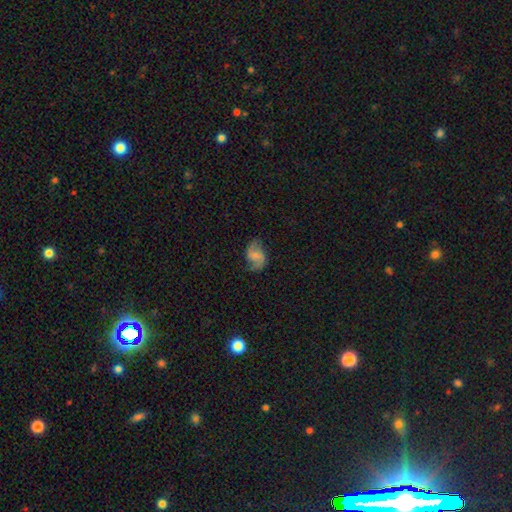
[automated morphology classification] Overall: featured or disk (59%; smooth 33%). Edge-on disk: no (97%). Bar: weak (51%; no 30%). Spiral arms: yes (89%). Spiral arm count: 2 (87%). Spiral winding: loose (54%; medium 36%). Bulge size: small (42%; none 28%). Merging: none (68%).